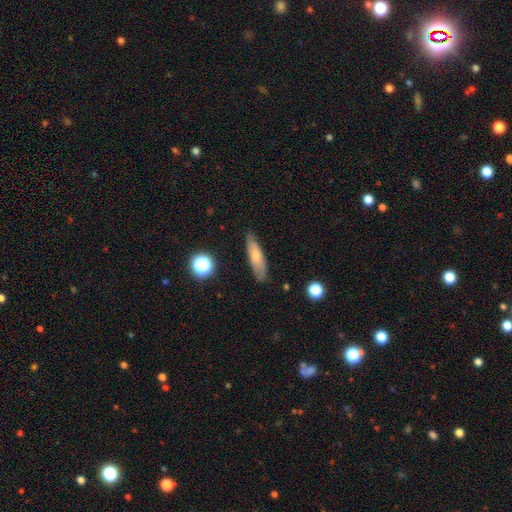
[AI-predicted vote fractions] Overall: smooth (64%; featured or disk 28%). How rounded: cigar-shaped (55%; in between 42%). Merging: none (79%).